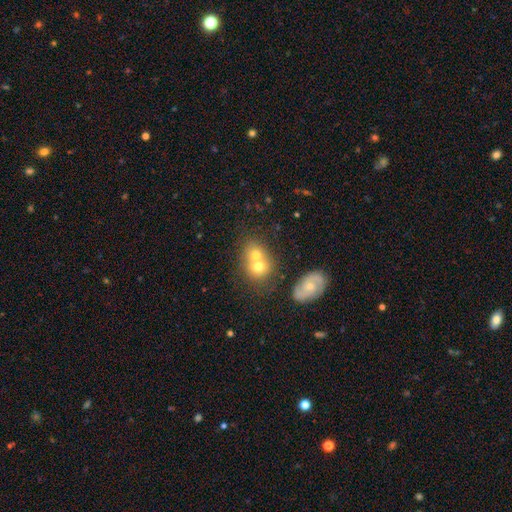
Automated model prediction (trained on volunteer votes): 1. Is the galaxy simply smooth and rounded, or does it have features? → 62% smooth, 27% featured or disk, 10% star or artifact.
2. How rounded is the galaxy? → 68% round, 31% in between, 1% cigar-shaped.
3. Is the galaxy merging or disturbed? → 58% merger, 32% none, 7% minor disturbance, 3% major disturbance.